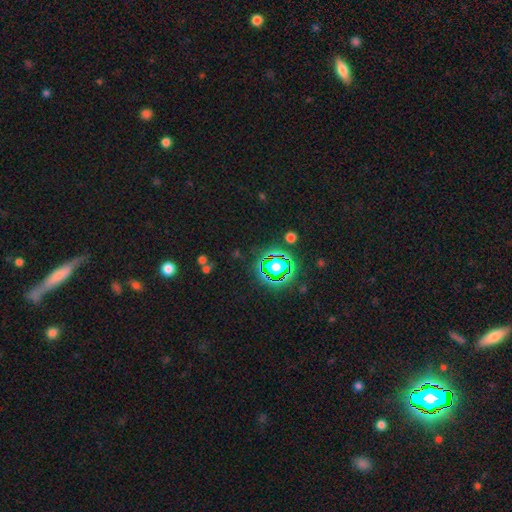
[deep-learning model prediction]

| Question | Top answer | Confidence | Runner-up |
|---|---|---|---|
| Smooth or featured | star or artifact | 74% | smooth (17%) |